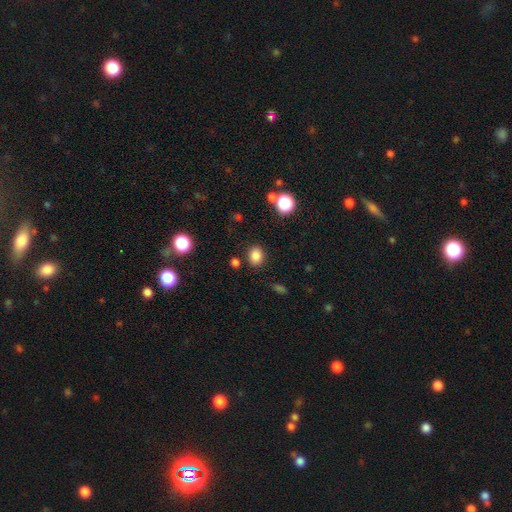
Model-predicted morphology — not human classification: A smooth galaxy with no disk features (84%) that is round (54%). Merging: none (84%).